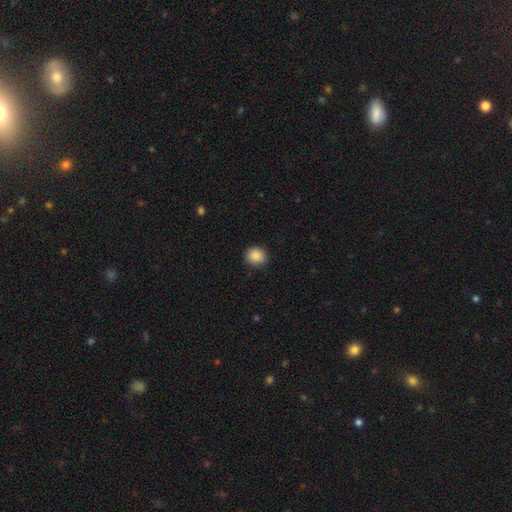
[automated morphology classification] smooth_or_featured: smooth (p=0.88) [alt: star or artifact p=0.09]
how_rounded: round (p=0.82) [alt: in between p=0.17]
merging: none (p=0.88) [alt: minor disturbance p=0.09]